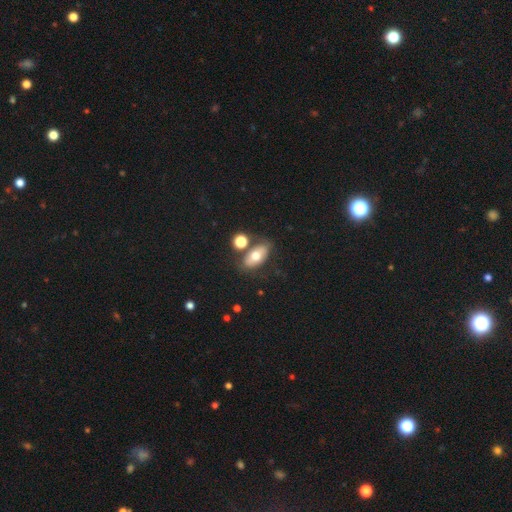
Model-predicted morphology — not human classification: smooth_or_featured: smooth (p=0.62) [alt: featured or disk p=0.29]
how_rounded: in between (p=0.86) [alt: round p=0.10]
merging: none (p=0.65) [alt: minor disturbance p=0.15]